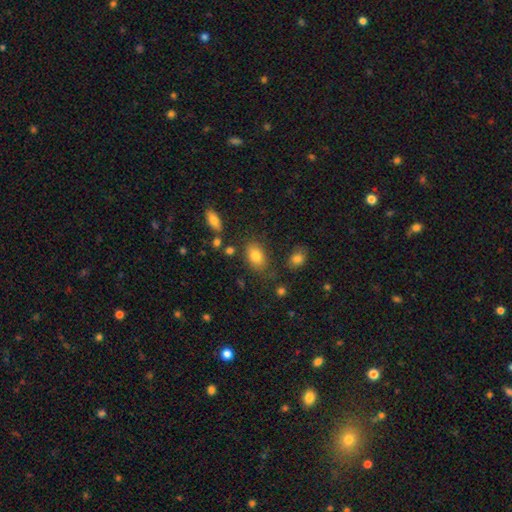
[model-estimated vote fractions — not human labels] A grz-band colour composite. It shows a smooth galaxy with no disk features (81%) that is in between round and cigar-shaped (86%). Merging: none (74%).